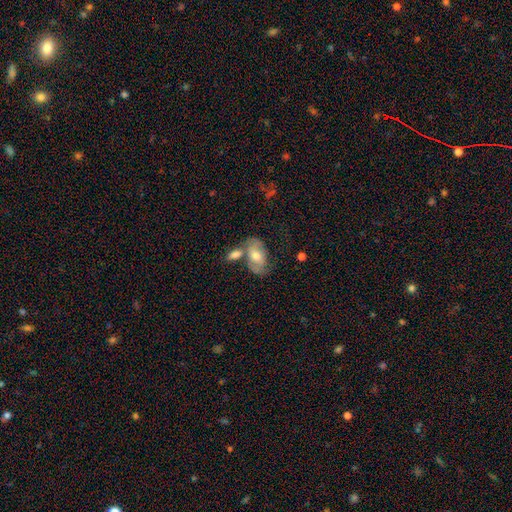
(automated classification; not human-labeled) This appears to be a smooth galaxy with no disk features (52%) that is in between round and cigar-shaped (90%). Merging: none (43%).